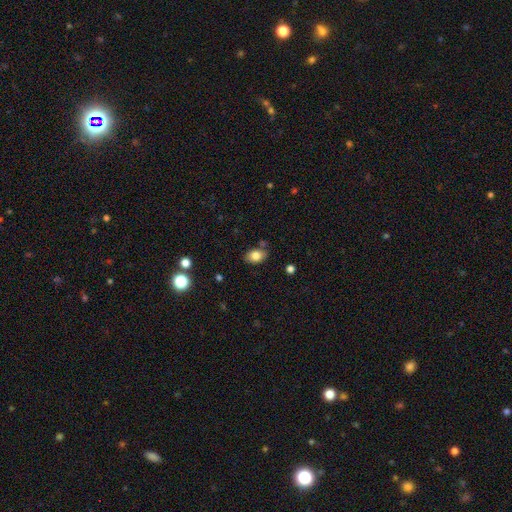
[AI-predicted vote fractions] Morphology: type=smooth (82%); roundness=in between (81%); merging=none (78%).